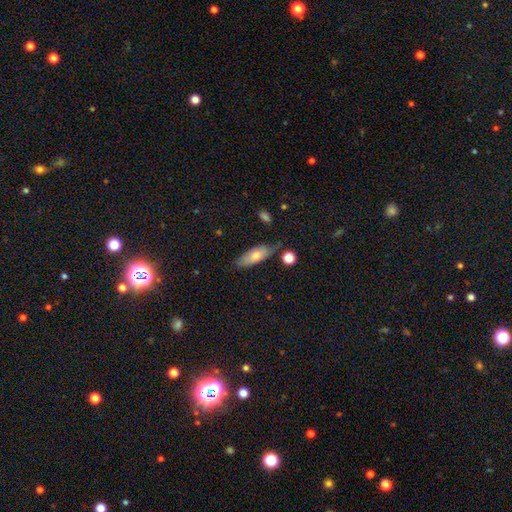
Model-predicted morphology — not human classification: A smooth galaxy with no disk features (71%) that is in between round and cigar-shaped (69%). Merging: none (65%).